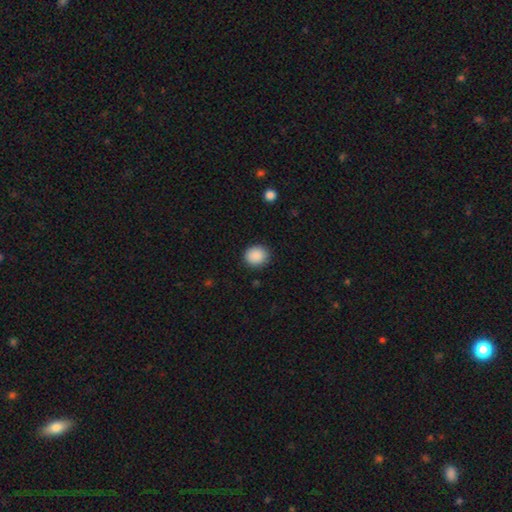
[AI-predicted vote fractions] Smooth or featured: smooth — 89% (star or artifact — 8%)
How rounded: round — 80% (in between — 19%)
Merging: none — 89% (minor disturbance — 8%)